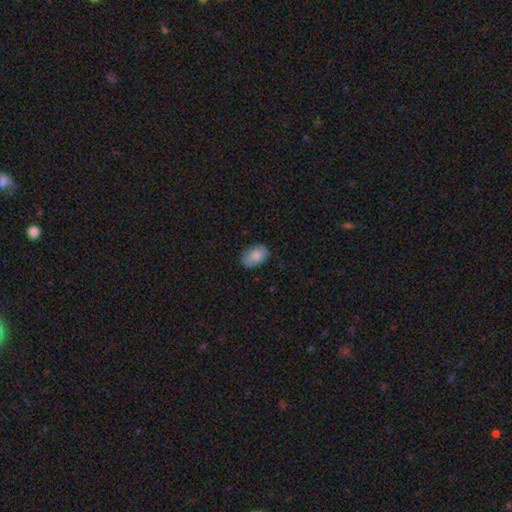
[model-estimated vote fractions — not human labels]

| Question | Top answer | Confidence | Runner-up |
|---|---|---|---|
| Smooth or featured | smooth | 82% | featured or disk (11%) |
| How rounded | in between | 85% | round (14%) |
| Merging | none | 78% | minor disturbance (17%) |